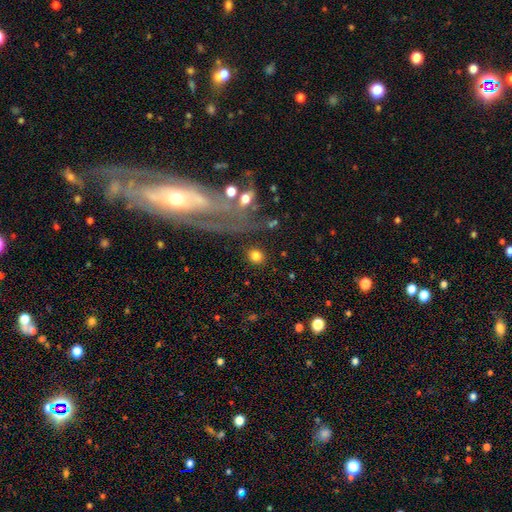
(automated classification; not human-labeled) Morphology: type=smooth (81%); roundness=round (78%); merging=none (83%).